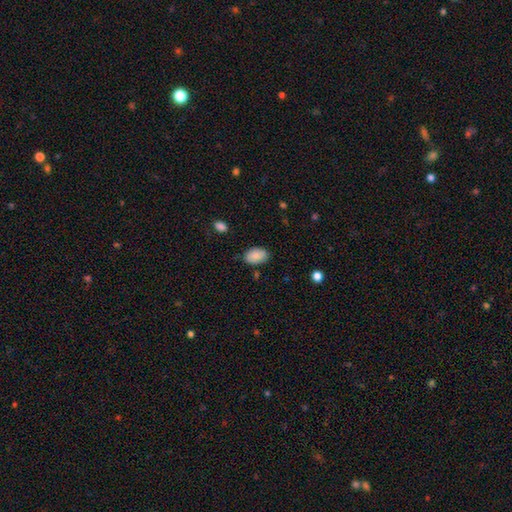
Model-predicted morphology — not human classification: Q: Smooth or featured?
A: smooth (87%); runner-up: star or artifact (7%)
Q: How rounded?
A: in between (90%); runner-up: round (9%)
Q: Merging?
A: none (81%); runner-up: minor disturbance (14%)